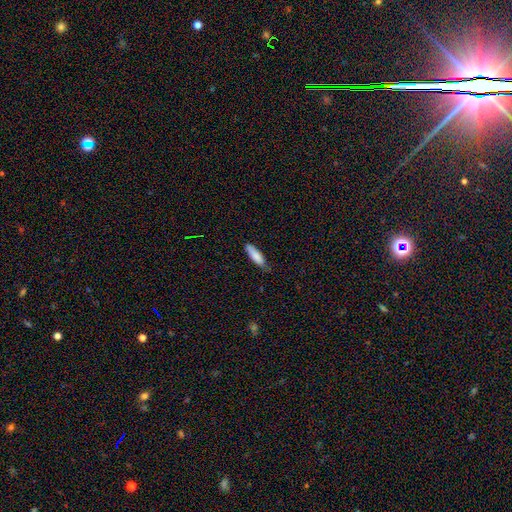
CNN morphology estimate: A smooth galaxy with no disk features (83%) that is cigar-shaped (58%).

Vote fractions:
- Smooth or featured? smooth: 83% / featured or disk: 11% / star or artifact: 6%
- How rounded? cigar-shaped: 58% / in between: 41% / round: 1%
- Merging? none: 71% / minor disturbance: 24% / major disturbance: 3% / merger: 1%